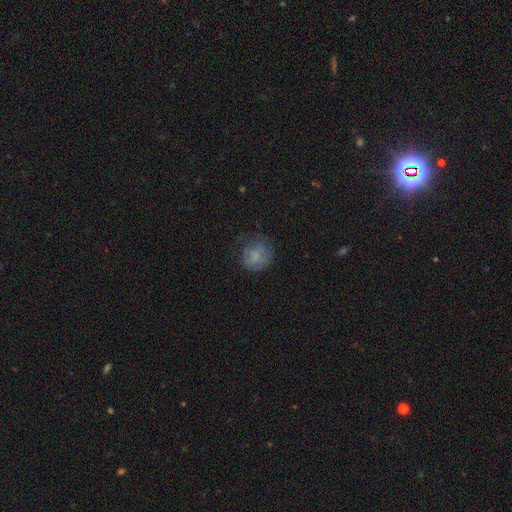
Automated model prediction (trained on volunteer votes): Morphology: type=smooth (68%); roundness=round (72%); merging=none (53%).